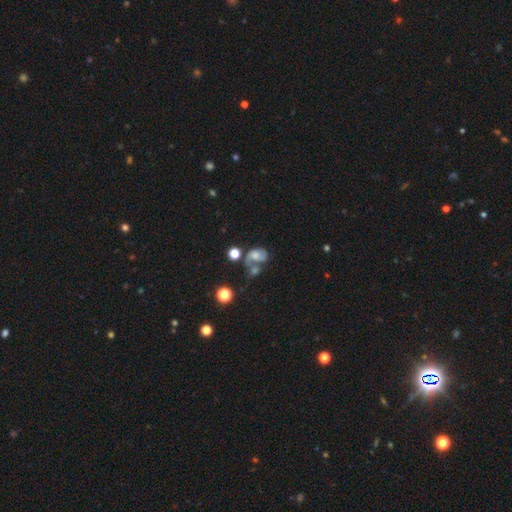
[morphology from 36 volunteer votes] smooth-or-featured: featured or disk: 50% | smooth: 47% | star or artifact: 3%
  disk-edge-on: no: 94% | yes: 6%
    bar: no: 94% | weak: 6% | strong: 0%
    has-spiral-arms: no: 53% | yes: 47%
    bulge-size: small: 47% | large: 24% | moderate: 18% | dominant: 6% | none: 6%
  merging: merger: 51% | major disturbance: 31% | none: 11% | minor disturbance: 6%